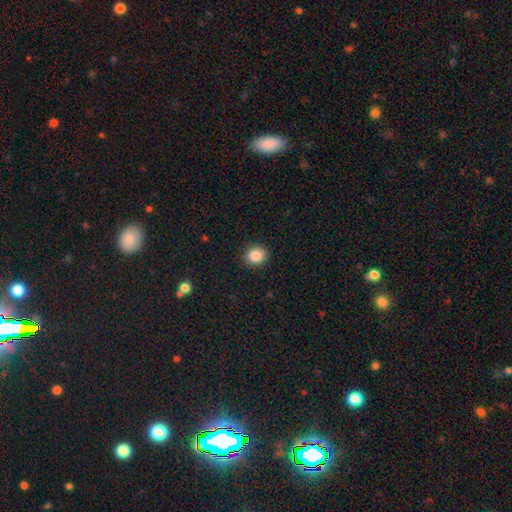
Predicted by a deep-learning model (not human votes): Smooth or featured? smooth (87%)
How rounded? round (82%)
Merging? none (90%)